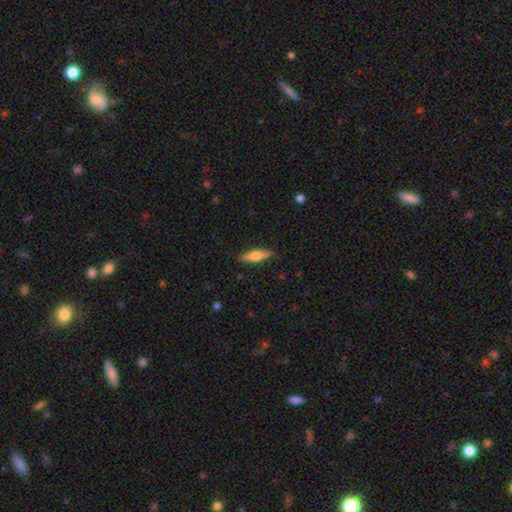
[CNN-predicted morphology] A featured or disk galaxy (48%).

Vote fractions:
- Smooth or featured? featured or disk: 48% / smooth: 47% / star or artifact: 6%
- Merging? none: 87% / minor disturbance: 10% / major disturbance: 2% / merger: 1%